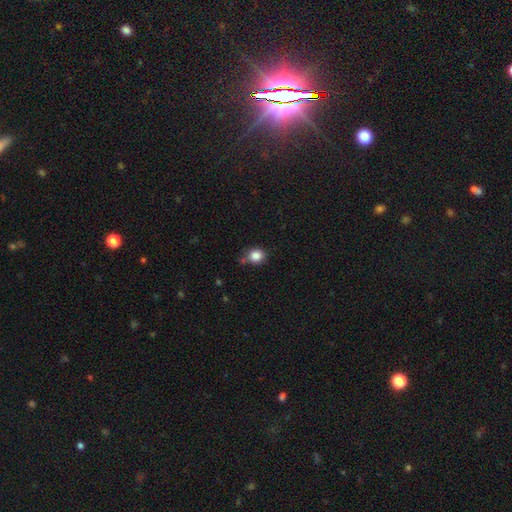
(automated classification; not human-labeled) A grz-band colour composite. It shows a smooth galaxy with no disk features (84%) that is round (76%). Merging: none (70%).